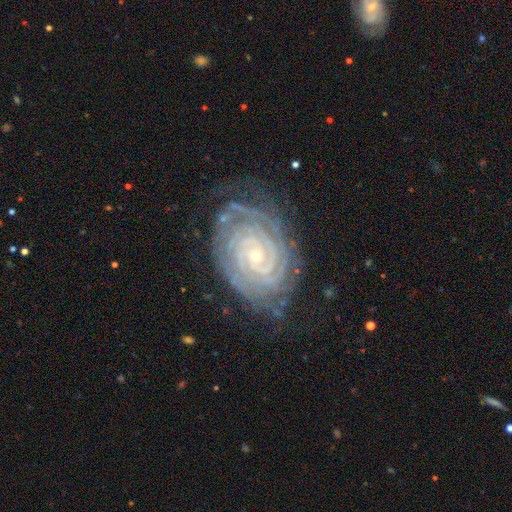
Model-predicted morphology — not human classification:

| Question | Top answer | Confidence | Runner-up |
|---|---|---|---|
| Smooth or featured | featured or disk | 91% | star or artifact (5%) |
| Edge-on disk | no | 97% | yes (3%) |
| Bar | no | 63% | weak (24%) |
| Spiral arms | yes | 99% | no (1%) |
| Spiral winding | tight | 89% | medium (9%) |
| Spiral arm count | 2 | 30% | 3 (18%) |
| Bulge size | small | 81% | moderate (16%) |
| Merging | none | 75% | minor disturbance (18%) |